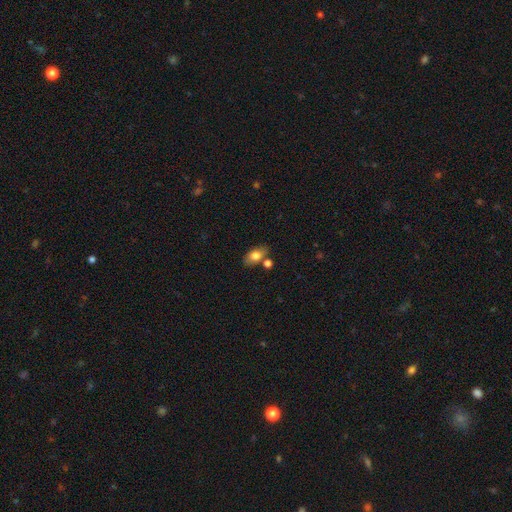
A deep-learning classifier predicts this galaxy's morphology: Smooth or featured? smooth (76%)
How rounded? in between (89%)
Merging? none (70%)